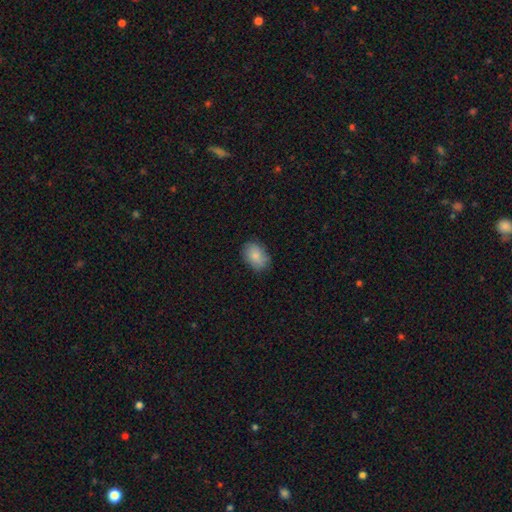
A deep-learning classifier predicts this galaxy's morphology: The model was most divided on "how rounded": in between: 80%, round: 19%, cigar-shaped: 1%. More confident: smooth or featured — smooth (85%); merging — none (80%).